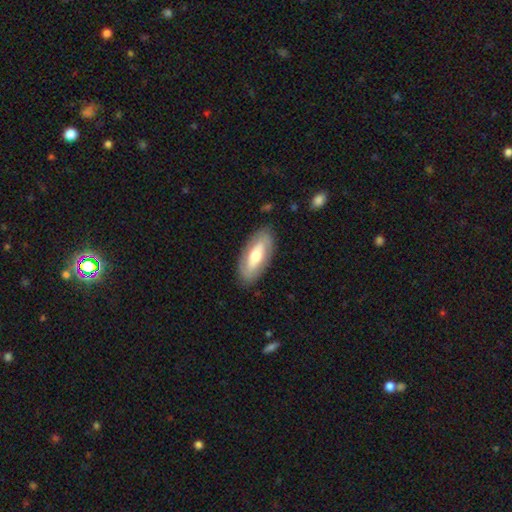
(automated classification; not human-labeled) smooth-or-featured: featured or disk: 50% | smooth: 45% | star or artifact: 5%
  merging: none: 83% | minor disturbance: 12% | major disturbance: 4% | merger: 1%